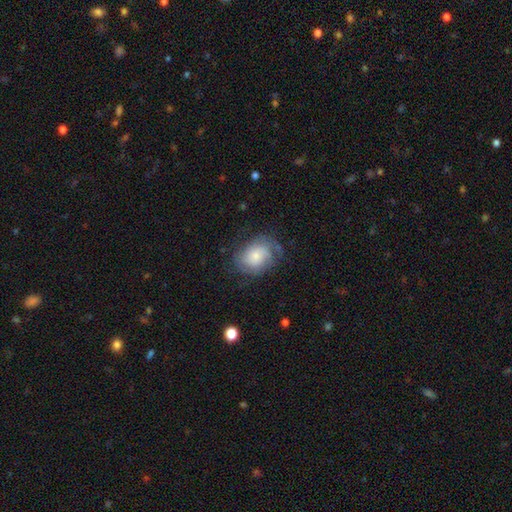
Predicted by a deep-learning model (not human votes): A featured or disk galaxy (48%).

Vote fractions:
- Smooth or featured? featured or disk: 48% / smooth: 43% / star or artifact: 9%
- Merging? none: 65% / minor disturbance: 22% / major disturbance: 11% / merger: 1%